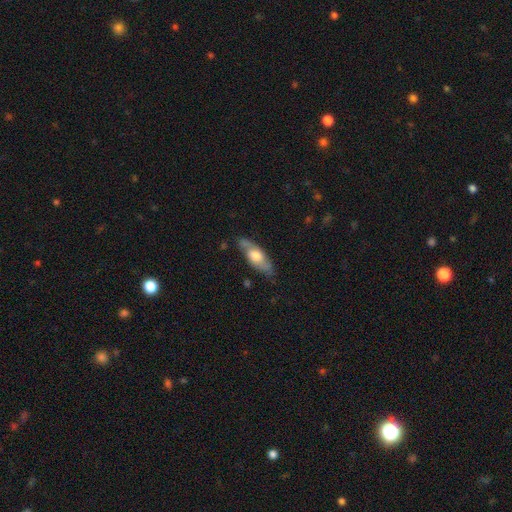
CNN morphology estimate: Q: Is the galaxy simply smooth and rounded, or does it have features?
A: featured or disk — 48%.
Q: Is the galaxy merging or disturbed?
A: none — 74%.